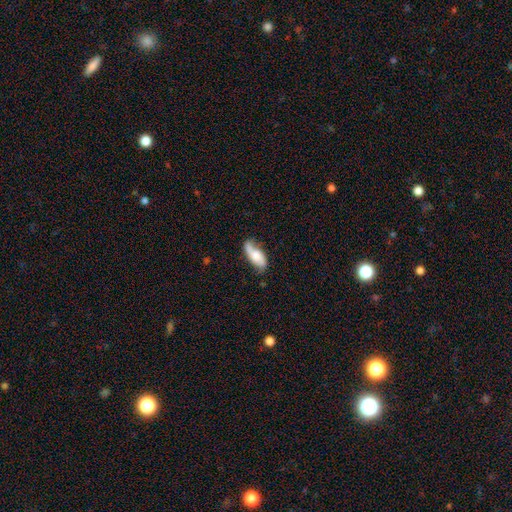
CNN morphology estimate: Smooth or featured? featured or disk (50%)
Merging? none (59%)